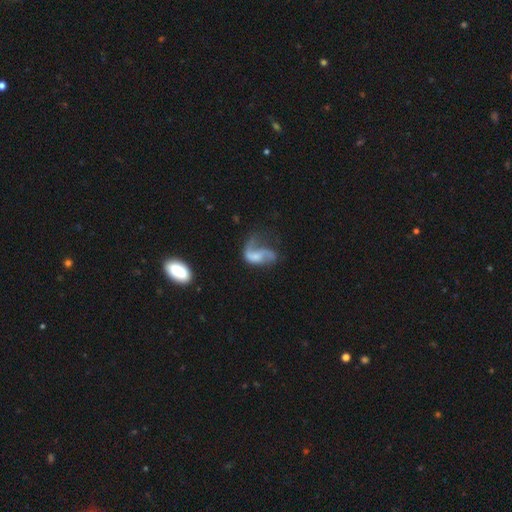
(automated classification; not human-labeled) Smooth or featured? Predicted: featured or disk (p=0.65). Edge-on disk? Predicted: no (p=0.97). Bar? Predicted: no (p=0.60). Spiral arms? Predicted: yes (p=0.78). Bulge size? Predicted: none (p=0.42). Merging? Predicted: major disturbance (p=0.44).